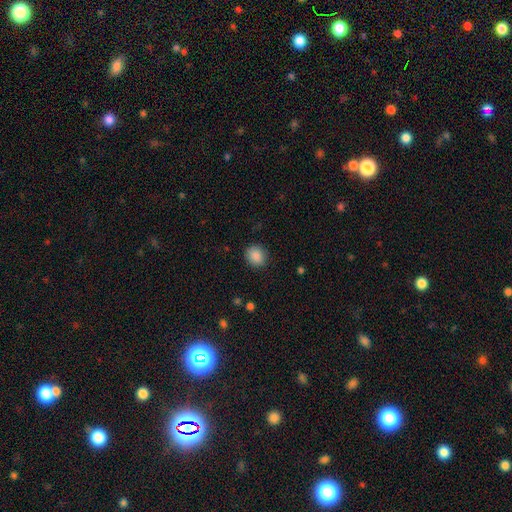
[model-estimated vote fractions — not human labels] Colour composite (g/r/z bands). It shows a smooth galaxy with no disk features (88%) that is round (73%). Merging: none (88%).